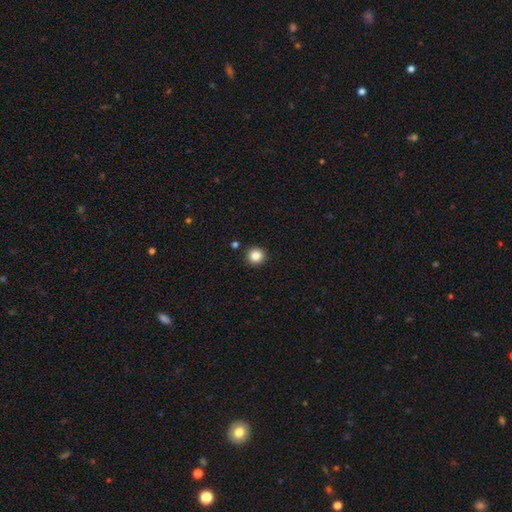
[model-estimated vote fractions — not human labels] Smooth or featured?
  - smooth: 84% *
  - star or artifact: 11%
  - featured or disk: 5%
How rounded?
  - round: 94% *
  - in between: 5%
  - cigar-shaped: 1%
Merging?
  - none: 91% *
  - minor disturbance: 5%
  - merger: 2%
  - major disturbance: 2%